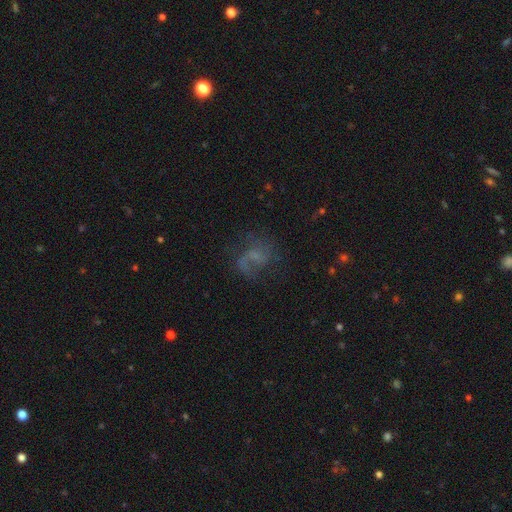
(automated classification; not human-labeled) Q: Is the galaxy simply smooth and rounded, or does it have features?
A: featured or disk — 62%.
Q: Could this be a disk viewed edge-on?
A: no — 98%.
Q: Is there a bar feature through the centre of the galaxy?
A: no — 61%.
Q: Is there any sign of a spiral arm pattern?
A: yes — 80%.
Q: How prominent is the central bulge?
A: none — 48%.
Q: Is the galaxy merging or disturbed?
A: none — 53%.